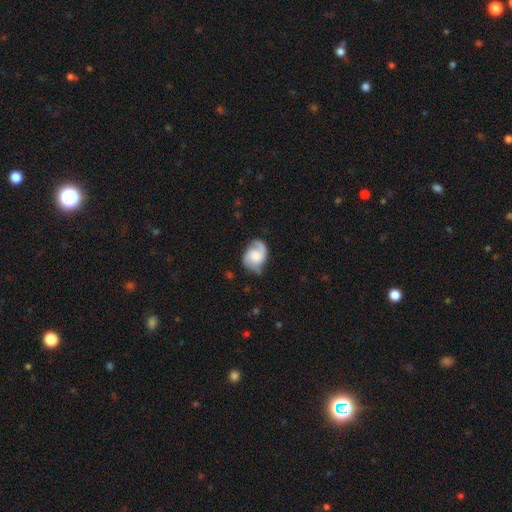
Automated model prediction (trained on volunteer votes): Smooth or featured? Predicted: featured or disk (p=0.70). Edge-on disk? Predicted: no (p=0.98). Bar? Predicted: no (p=0.59). Spiral arms? Predicted: yes (p=0.94). Spiral winding? Predicted: medium (p=0.46). Spiral arm count? Predicted: 2 (p=0.80). Bulge size? Predicted: large (p=0.30). Merging? Predicted: none (p=0.62).